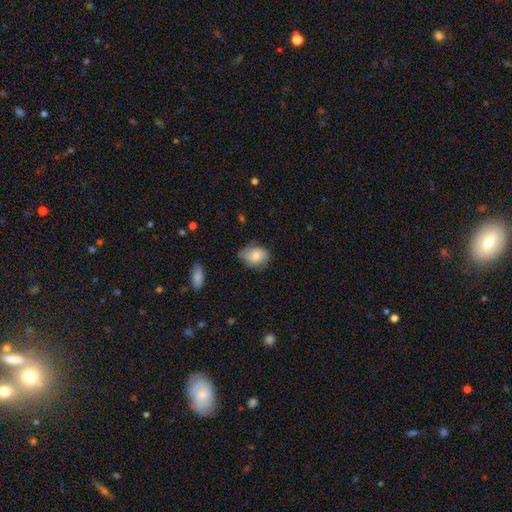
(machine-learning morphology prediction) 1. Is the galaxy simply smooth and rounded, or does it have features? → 78% smooth, 15% featured or disk, 8% star or artifact.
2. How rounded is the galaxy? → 64% in between, 34% round, 1% cigar-shaped.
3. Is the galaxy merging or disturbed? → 56% none, 34% minor disturbance, 9% major disturbance, 2% merger.